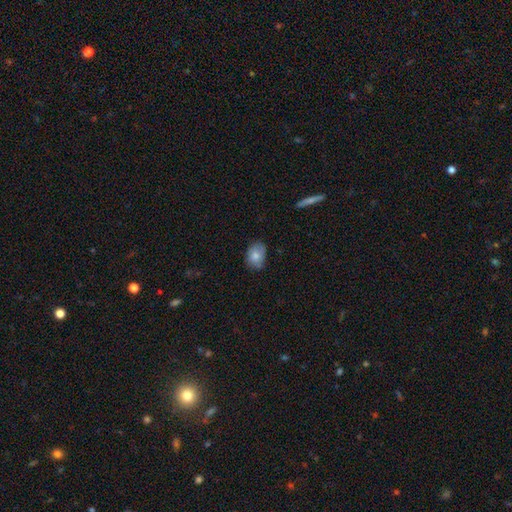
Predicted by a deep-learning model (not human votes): smooth_or_featured: smooth (p=0.79) [alt: featured or disk p=0.14]
how_rounded: in between (p=0.73) [alt: round p=0.26]
merging: none (p=0.68) [alt: minor disturbance p=0.26]